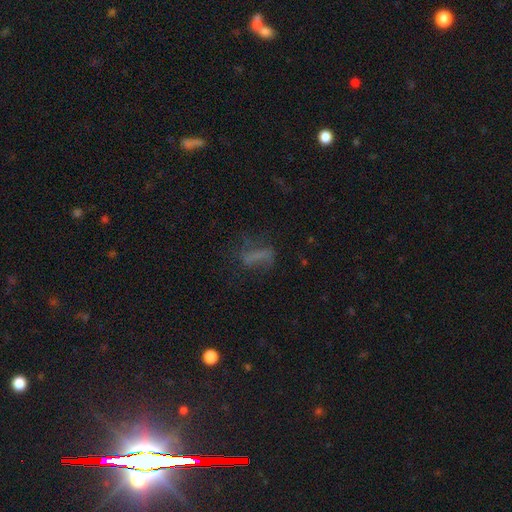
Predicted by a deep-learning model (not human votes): A smooth galaxy with no disk features (42%).

Vote fractions:
- Smooth or featured? smooth: 42% / featured or disk: 37% / star or artifact: 21%
- Merging? none: 48% / major disturbance: 27% / minor disturbance: 21% / merger: 4%